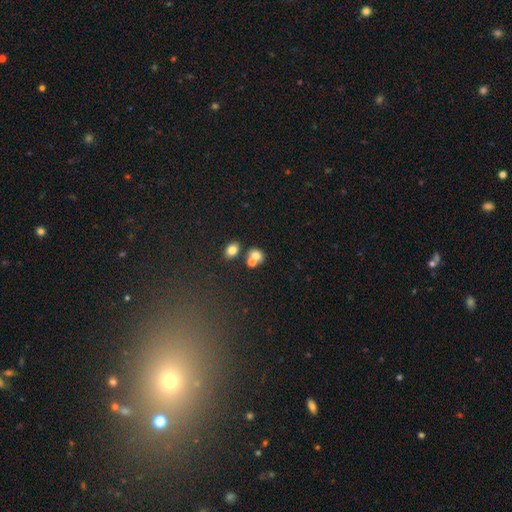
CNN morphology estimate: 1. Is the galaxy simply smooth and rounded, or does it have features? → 74% smooth, 14% featured or disk, 12% star or artifact.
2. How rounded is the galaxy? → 50% in between, 48% round, 1% cigar-shaped.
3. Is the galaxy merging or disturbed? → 48% merger, 39% none, 9% minor disturbance, 4% major disturbance.